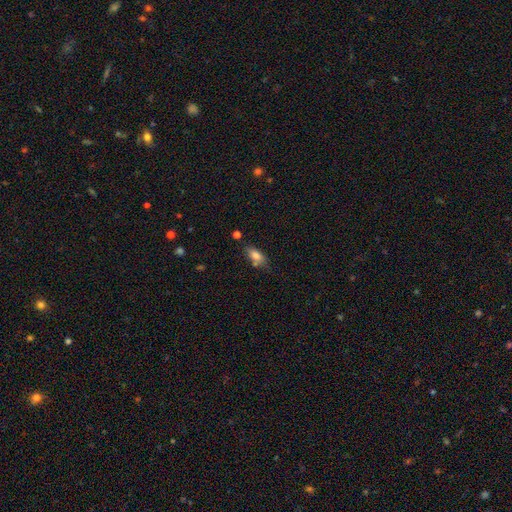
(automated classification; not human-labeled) The model was most divided on "merging": none: 65%, minor disturbance: 19%, merger: 10%, major disturbance: 5%. More confident: how rounded — in between (82%); smooth or featured — smooth (79%).